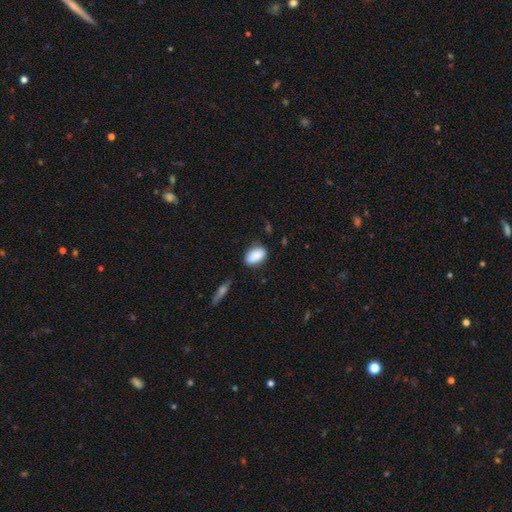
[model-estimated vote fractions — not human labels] smooth 88%, star or artifact 7%, featured or disk 5%. Down the decision tree: how rounded — in between (89%); merging — none (75%).